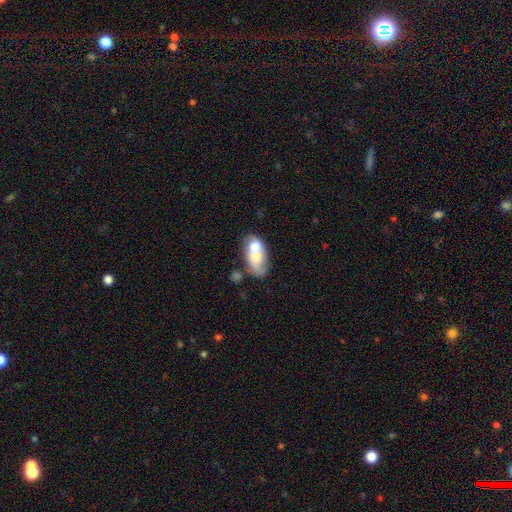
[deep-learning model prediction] A smooth galaxy with no disk features (57%) that is in between round and cigar-shaped (85%).

Vote fractions:
- Smooth or featured? smooth: 57% / featured or disk: 36% / star or artifact: 8%
- How rounded? in between: 85% / round: 13% / cigar-shaped: 3%
- Merging? merger: 59% / none: 19% / minor disturbance: 11% / major disturbance: 10%